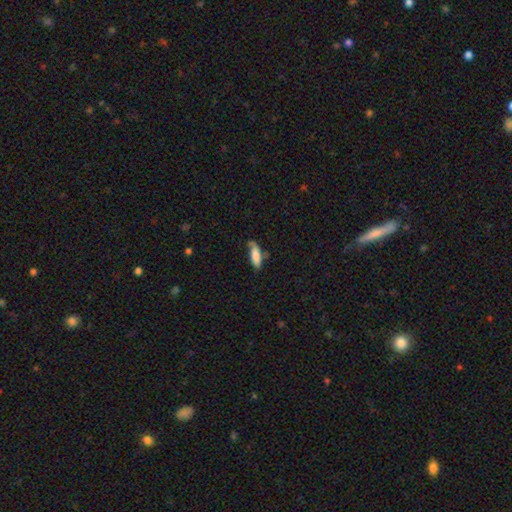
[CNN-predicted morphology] Overall: smooth (78%). How rounded: in between (56%; cigar-shaped 42%). Merging: none (56%; minor disturbance 31%).